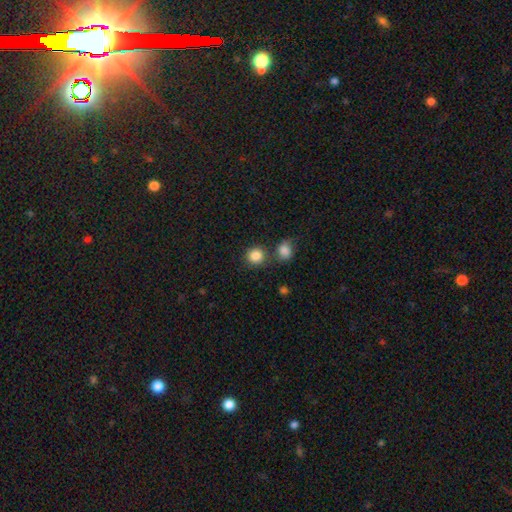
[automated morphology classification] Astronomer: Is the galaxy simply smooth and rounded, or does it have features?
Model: smooth — 86%.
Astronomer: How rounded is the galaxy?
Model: round — 88%.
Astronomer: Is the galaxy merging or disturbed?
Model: none — 69%.